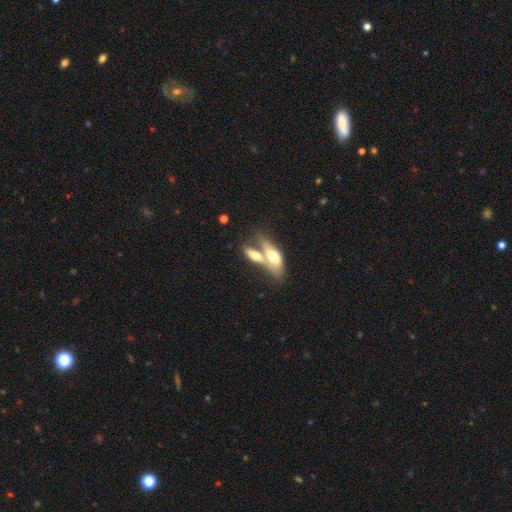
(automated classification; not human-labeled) smooth-or-featured: smooth: 57% | featured or disk: 37% | star or artifact: 6%
  how-rounded: in between: 65% | cigar-shaped: 30% | round: 4%
  merging: merger: 66% | none: 22% | minor disturbance: 8% | major disturbance: 5%